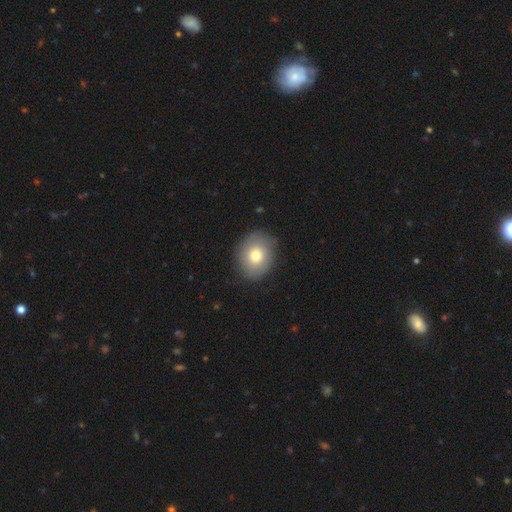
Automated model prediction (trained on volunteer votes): Morphology: type=smooth (76%); roundness=round (53%); merging=none (84%).